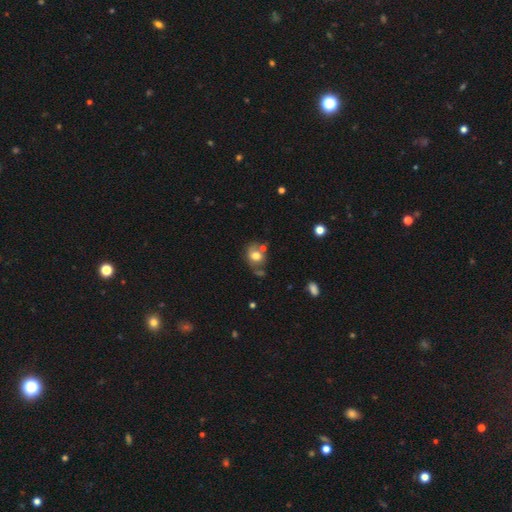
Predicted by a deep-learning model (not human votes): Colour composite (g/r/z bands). It shows a smooth galaxy with no disk features (70%) that is round (53%). Merging: none (51%).